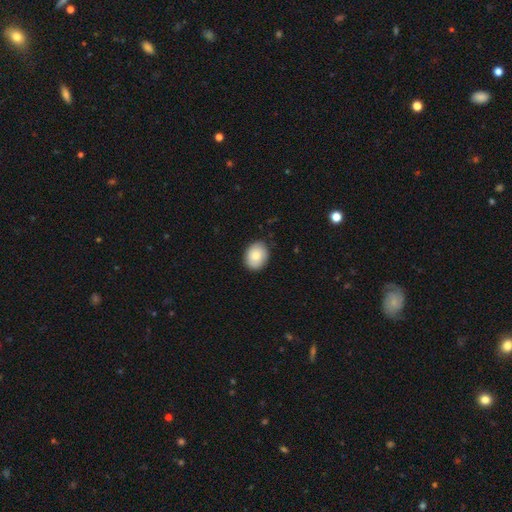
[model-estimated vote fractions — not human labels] Smooth or featured: smooth — 84% (featured or disk — 10%)
How rounded: in between — 56% (round — 43%)
Merging: none — 86% (minor disturbance — 11%)